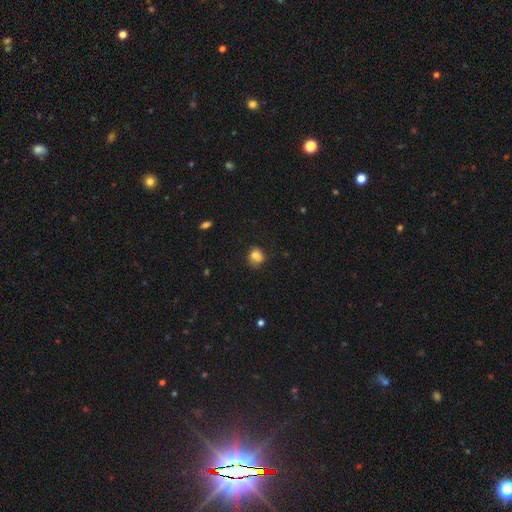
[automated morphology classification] smooth-or-featured: smooth: 78% | featured or disk: 12% | star or artifact: 11%
  how-rounded: round: 51% | in between: 47% | cigar-shaped: 1%
  merging: none: 61% | minor disturbance: 24% | major disturbance: 8% | merger: 7%